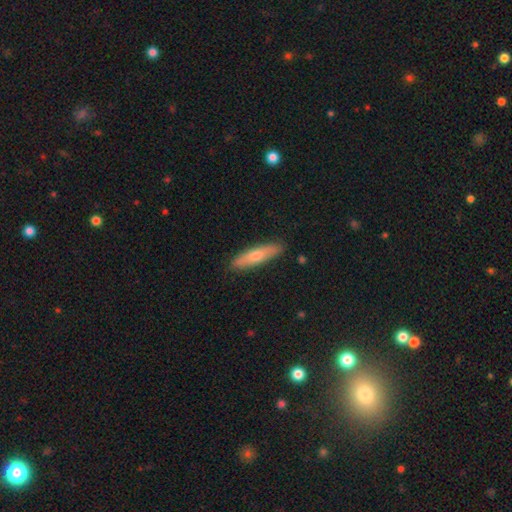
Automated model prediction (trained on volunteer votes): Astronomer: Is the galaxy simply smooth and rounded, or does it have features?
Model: smooth — 60%.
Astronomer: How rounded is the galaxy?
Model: cigar-shaped — 77%.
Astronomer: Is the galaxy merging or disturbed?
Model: none — 89%.